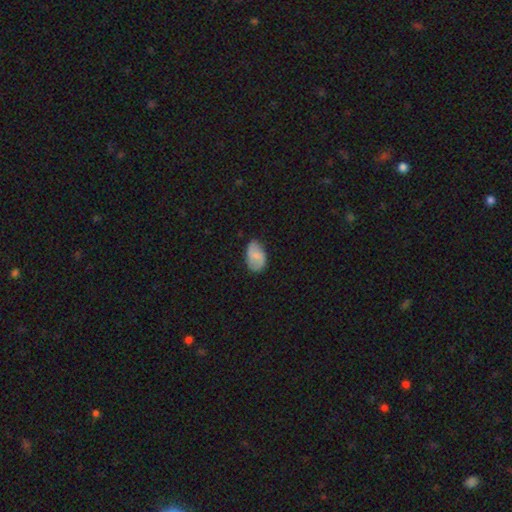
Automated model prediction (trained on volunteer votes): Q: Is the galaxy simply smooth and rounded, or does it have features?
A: smooth — 60%.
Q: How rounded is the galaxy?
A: in between — 90%.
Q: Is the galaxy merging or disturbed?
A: none — 73%.